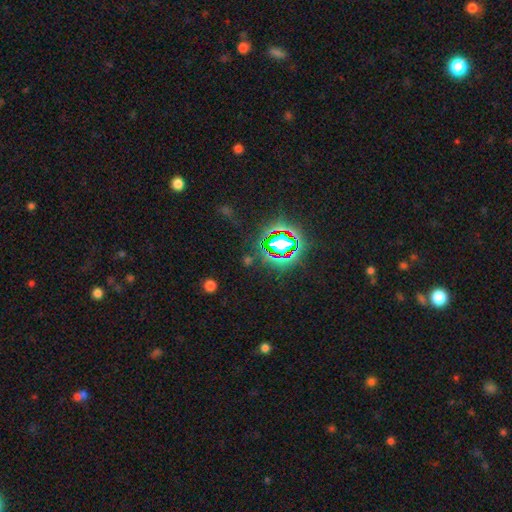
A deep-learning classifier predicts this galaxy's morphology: Smooth or featured? star or artifact (78%)